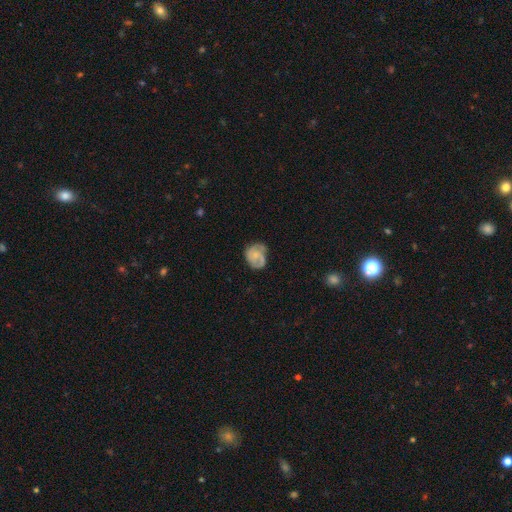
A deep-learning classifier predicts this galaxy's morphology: featured or disk 56%, smooth 37%, star or artifact 8%. Down the decision tree: edge-on disk — no (98%); bar — no (75%); spiral arms — yes (80%); bulge size — small (59%); merging — none (54%).